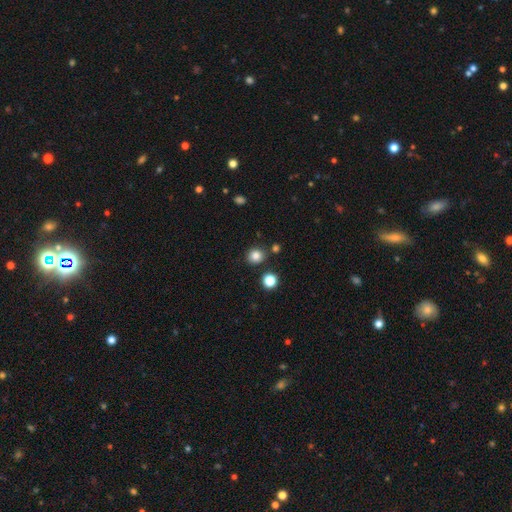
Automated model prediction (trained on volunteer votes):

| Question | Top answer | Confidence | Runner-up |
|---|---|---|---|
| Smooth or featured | smooth | 83% | star or artifact (12%) |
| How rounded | round | 85% | in between (14%) |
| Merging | none | 85% | minor disturbance (8%) |